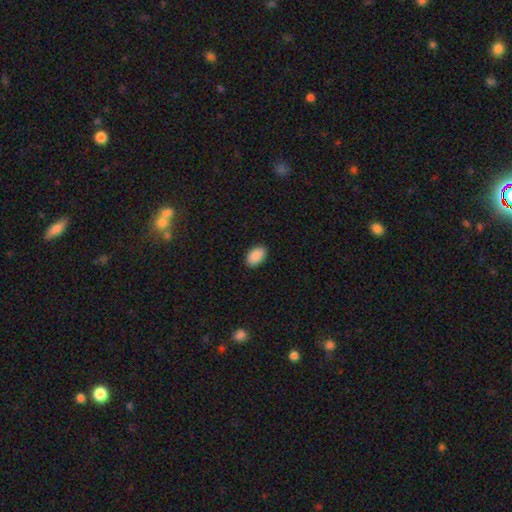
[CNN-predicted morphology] The model was most divided on "merging": none: 89%, minor disturbance: 8%, major disturbance: 2%, merger: 1%. More confident: how rounded — in between (92%); smooth or featured — smooth (91%).